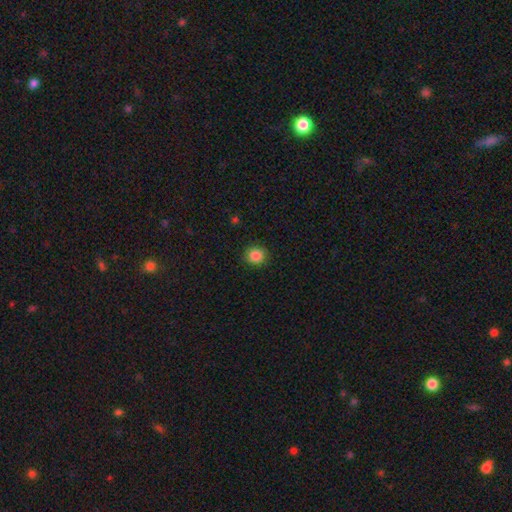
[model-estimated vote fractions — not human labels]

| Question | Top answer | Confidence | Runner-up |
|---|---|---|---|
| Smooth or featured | smooth | 86% | star or artifact (10%) |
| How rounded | round | 89% | in between (11%) |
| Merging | none | 91% | minor disturbance (6%) |